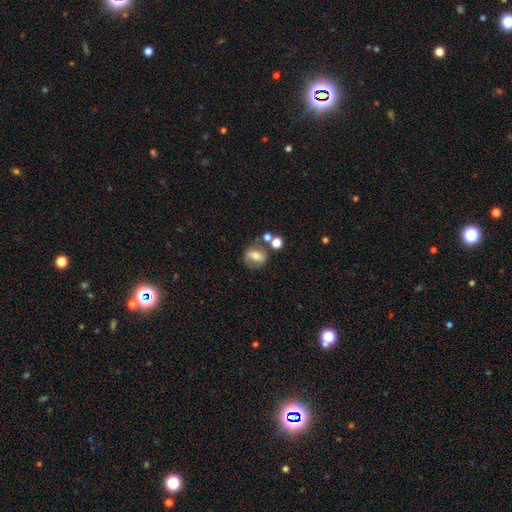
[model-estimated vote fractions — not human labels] This appears to be a smooth galaxy with no disk features (53%) that is round (49%). Merging: none (55%).